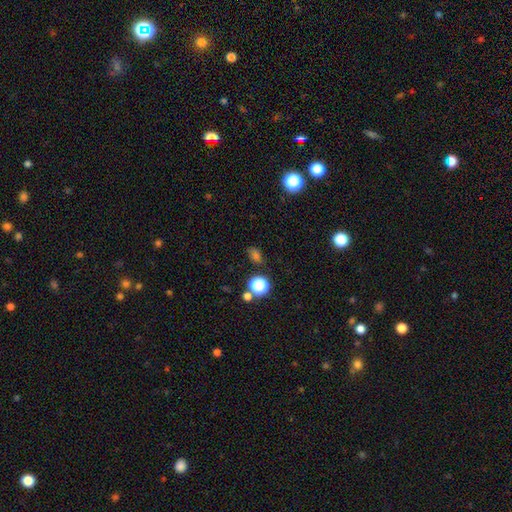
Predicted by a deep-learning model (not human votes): Q: Smooth or featured?
A: smooth (58%); runner-up: star or artifact (35%)
Q: How rounded?
A: in between (51%); runner-up: round (47%)
Q: Merging?
A: none (80%); runner-up: minor disturbance (12%)